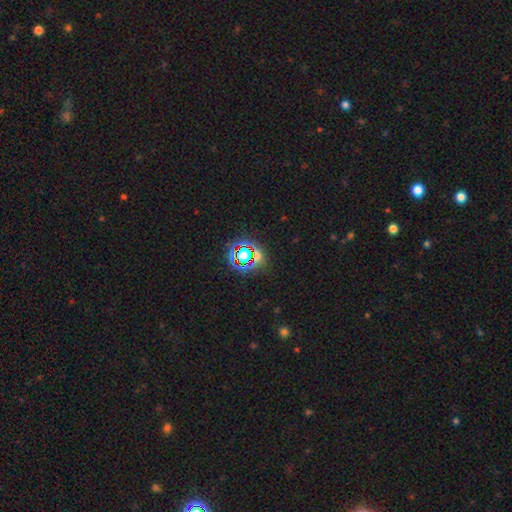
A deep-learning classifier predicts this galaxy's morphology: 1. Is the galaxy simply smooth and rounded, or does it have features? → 64% star or artifact, 26% smooth, 11% featured or disk.